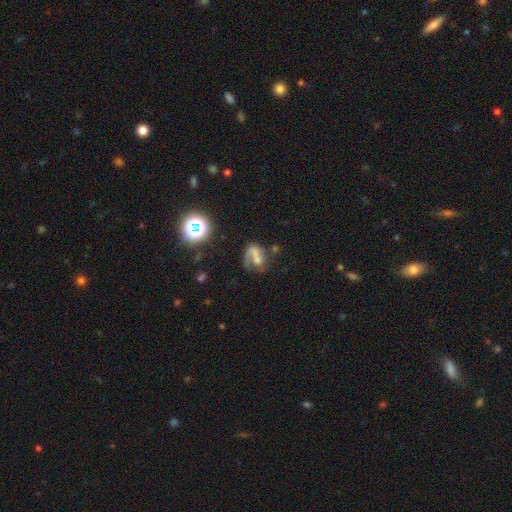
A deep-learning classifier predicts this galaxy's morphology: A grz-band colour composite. It shows a featured or disk galaxy (41%). Merging: none (32%).